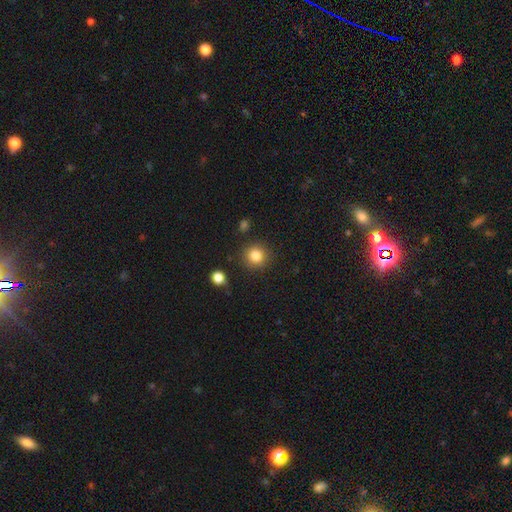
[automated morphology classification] type=smooth (84%); roundness=round (92%); merging=none (88%).